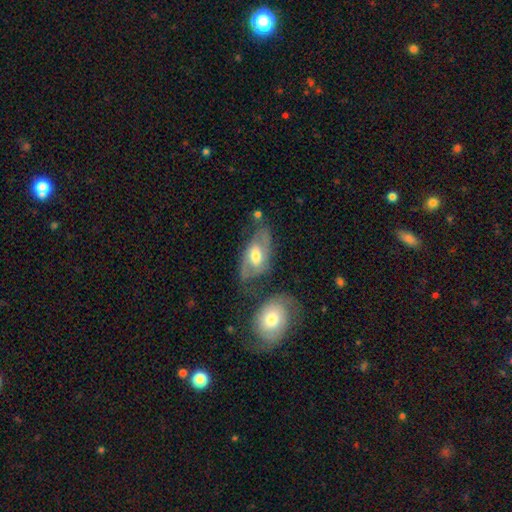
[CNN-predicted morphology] Q: Smooth or featured?
A: featured or disk (67%); runner-up: smooth (27%)
Q: Edge-on disk?
A: no (92%); runner-up: yes (8%)
Q: Bar?
A: weak (44%); runner-up: no (42%)
Q: Spiral arms?
A: yes (79%); runner-up: no (21%)
Q: Bulge size?
A: moderate (67%); runner-up: large (17%)
Q: Merging?
A: none (51%); runner-up: minor disturbance (22%)